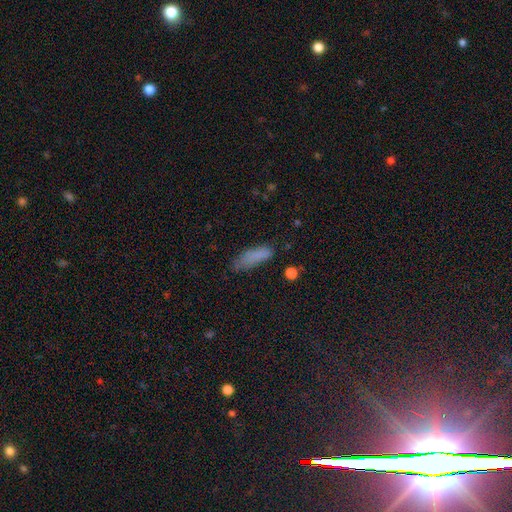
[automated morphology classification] A smooth galaxy with no disk features (80%) that is cigar-shaped (49%, tied with in between). Merging: none (55%).